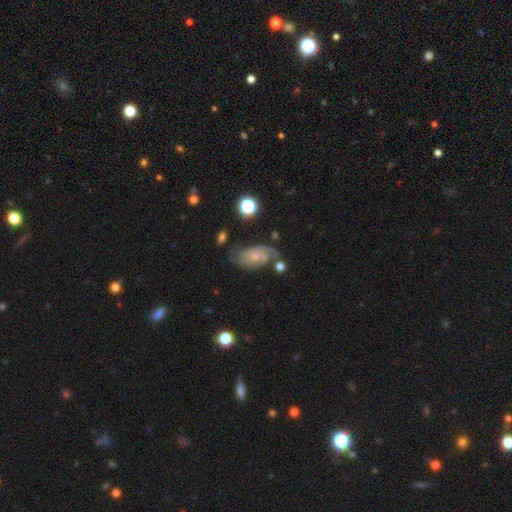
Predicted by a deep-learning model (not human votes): Q: Smooth or featured?
A: featured or disk (69%); runner-up: smooth (23%)
Q: Edge-on disk?
A: no (95%); runner-up: yes (5%)
Q: Bar?
A: no (67%); runner-up: weak (29%)
Q: Spiral arms?
A: yes (90%); runner-up: no (10%)
Q: Spiral winding?
A: medium (42%); runner-up: tight (36%)
Q: Spiral arm count?
A: 2 (58%); runner-up: can't tell (22%)
Q: Bulge size?
A: small (58%); runner-up: moderate (26%)
Q: Merging?
A: none (53%); runner-up: minor disturbance (25%)